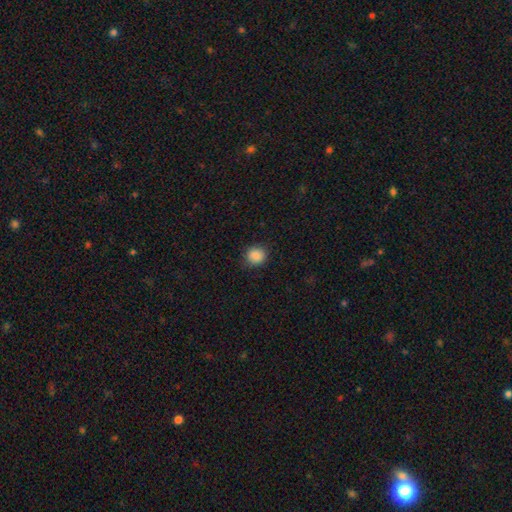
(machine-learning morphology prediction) Q: Smooth or featured?
A: smooth (87%); runner-up: star or artifact (10%)
Q: How rounded?
A: round (87%); runner-up: in between (12%)
Q: Merging?
A: none (87%); runner-up: minor disturbance (10%)